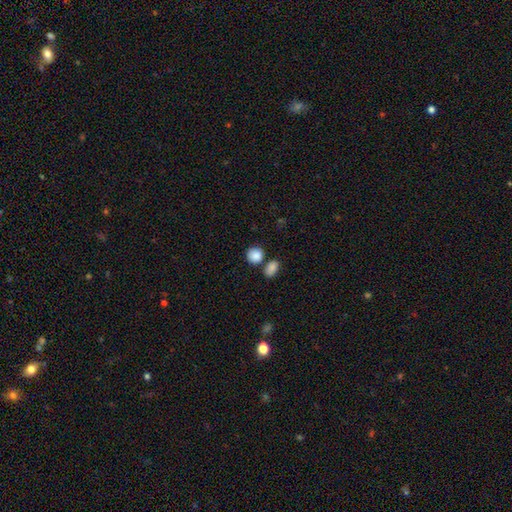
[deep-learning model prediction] smooth_or_featured: smooth (p=0.87) [alt: star or artifact p=0.08]
how_rounded: round (p=0.80) [alt: in between p=0.19]
merging: none (p=0.67) [alt: merger p=0.20]